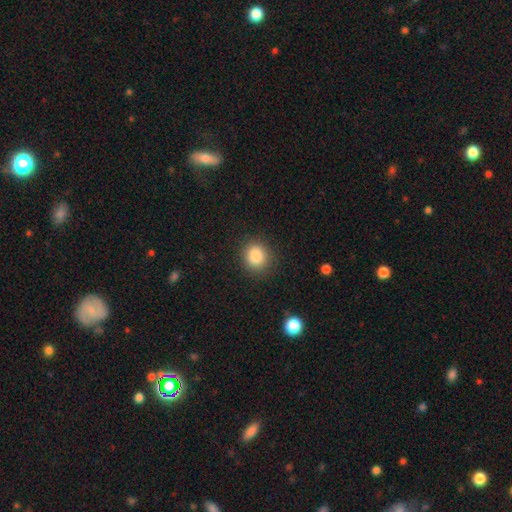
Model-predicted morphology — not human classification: smooth-or-featured: smooth: 85% | star or artifact: 10% | featured or disk: 5%
  how-rounded: round: 80% | in between: 19% | cigar-shaped: 1%
  merging: none: 88% | minor disturbance: 8% | major disturbance: 3% | merger: 1%